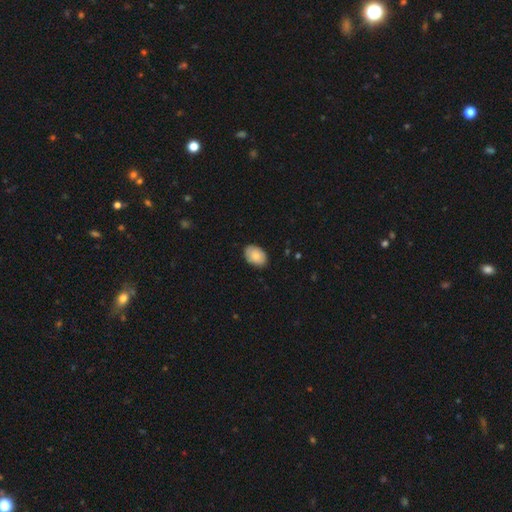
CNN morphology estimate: A smooth galaxy with no disk features (82%) that is in between round and cigar-shaped (83%). Merging: none (86%).